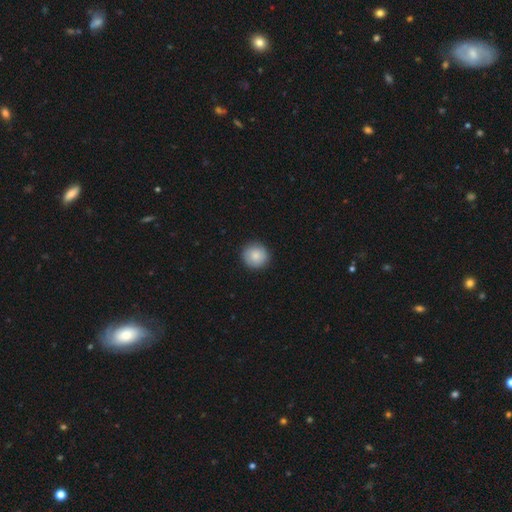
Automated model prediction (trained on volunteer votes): Smooth or featured: smooth — 86% (featured or disk — 7%)
How rounded: round — 94% (in between — 6%)
Merging: none — 91% (minor disturbance — 6%)